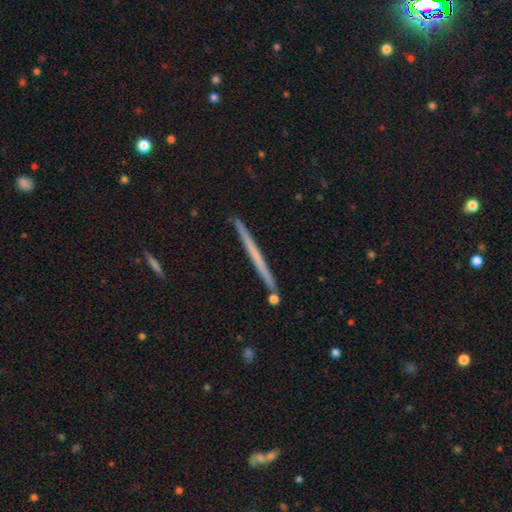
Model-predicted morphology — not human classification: A featured or disk galaxy (51%) viewed edge-on (98%).

Vote fractions:
- Smooth or featured? featured or disk: 51% / smooth: 43% / star or artifact: 6%
- Edge-on disk? yes: 98% / no: 2%
- Merging? none: 91% / minor disturbance: 6% / merger: 2% / major disturbance: 1%